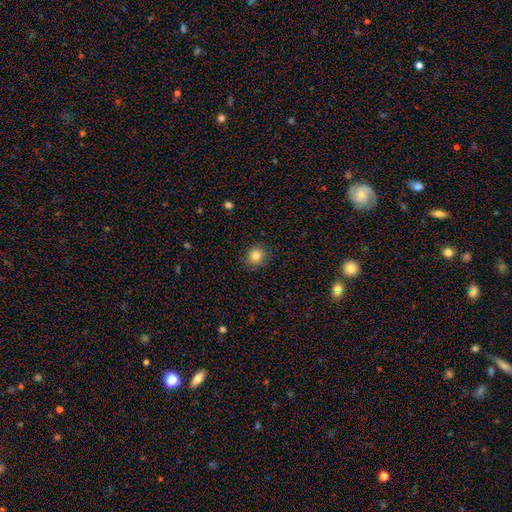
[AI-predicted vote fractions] Smooth or featured?
  - smooth: 83% *
  - star or artifact: 11%
  - featured or disk: 7%
How rounded?
  - round: 82% *
  - in between: 17%
  - cigar-shaped: 1%
Merging?
  - none: 88% *
  - minor disturbance: 8%
  - major disturbance: 2%
  - merger: 1%